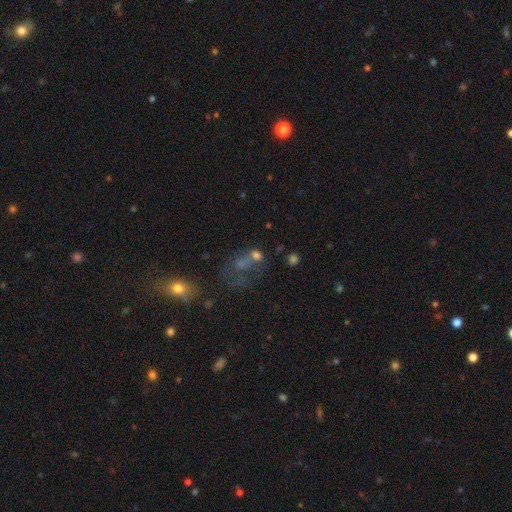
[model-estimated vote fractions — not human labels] smooth-or-featured: smooth: 59% | star or artifact: 21% | featured or disk: 20%
  how-rounded: in between: 52% | round: 46% | cigar-shaped: 2%
  merging: merger: 40% | none: 26% | major disturbance: 21% | minor disturbance: 12%